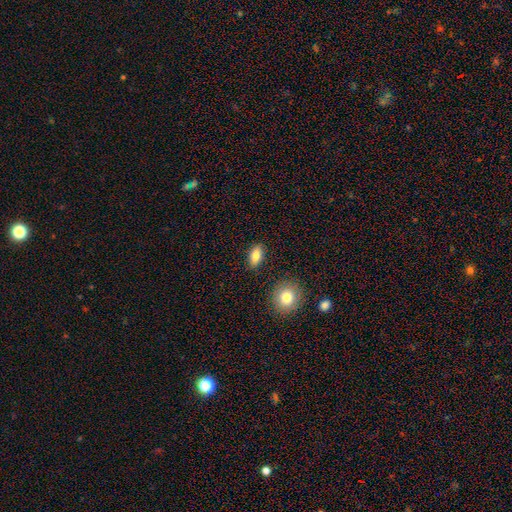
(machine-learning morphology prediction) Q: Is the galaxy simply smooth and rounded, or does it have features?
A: smooth — 83%.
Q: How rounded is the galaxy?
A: in between — 87%.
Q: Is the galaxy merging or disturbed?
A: none — 87%.